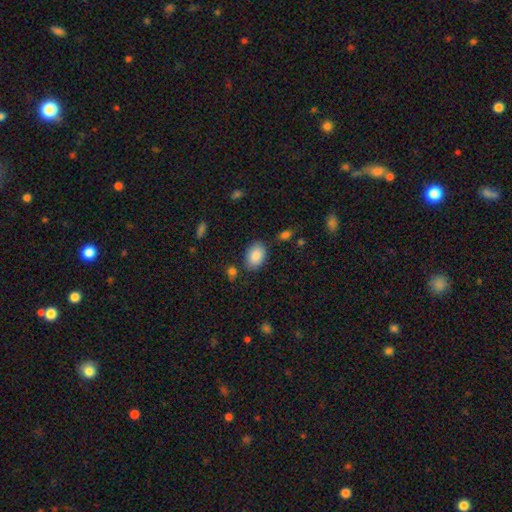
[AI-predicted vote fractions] smooth 88%, star or artifact 7%, featured or disk 6%. Down the decision tree: how rounded — in between (85%); merging — none (80%).